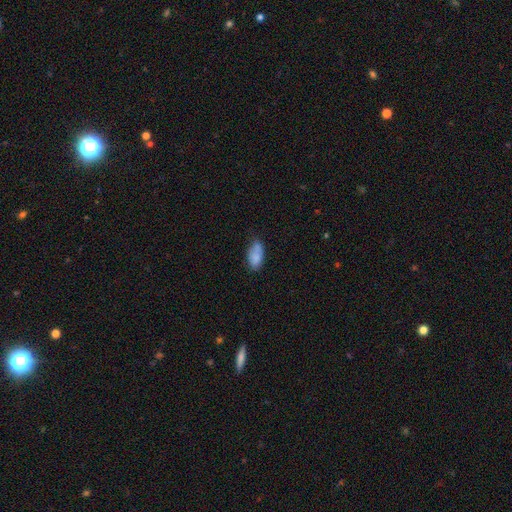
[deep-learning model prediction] A smooth galaxy with no disk features (81%) that is in between round and cigar-shaped (92%).

Vote fractions:
- Smooth or featured? smooth: 81% / featured or disk: 11% / star or artifact: 8%
- How rounded? in between: 92% / cigar-shaped: 4% / round: 4%
- Merging? none: 54% / minor disturbance: 31% / merger: 7% / major disturbance: 7%